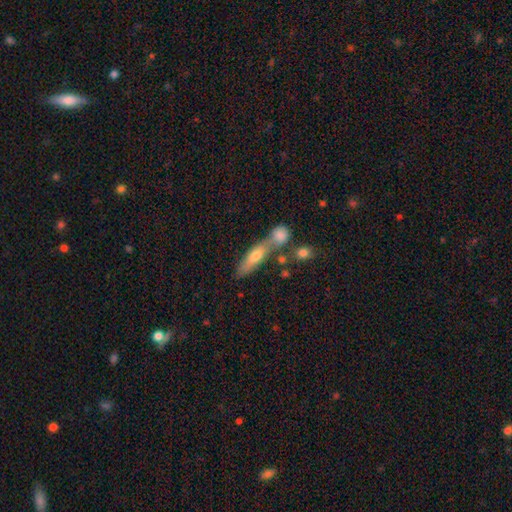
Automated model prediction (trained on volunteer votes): smooth_or_featured: smooth (p=0.51) [alt: featured or disk p=0.39]
how_rounded: cigar-shaped (p=0.70) [alt: in between p=0.26]
merging: none (p=0.52) [alt: merger p=0.33]